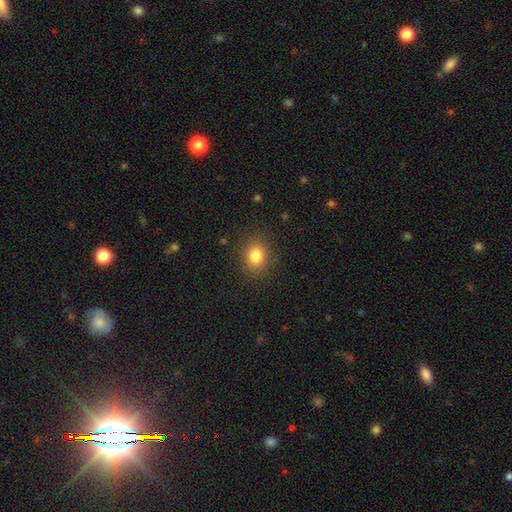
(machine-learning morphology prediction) This is clearly a smooth galaxy (82%). How rounded: likely round (65%). Merging: clearly none (87%).